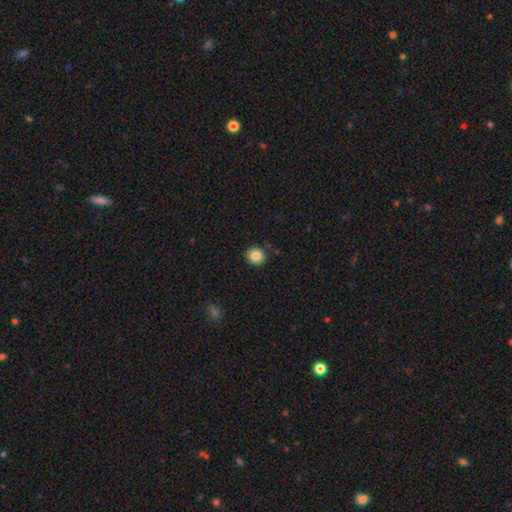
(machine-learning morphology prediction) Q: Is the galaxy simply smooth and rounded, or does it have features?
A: smooth — 86%.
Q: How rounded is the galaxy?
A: round — 86%.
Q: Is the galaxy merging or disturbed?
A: none — 91%.